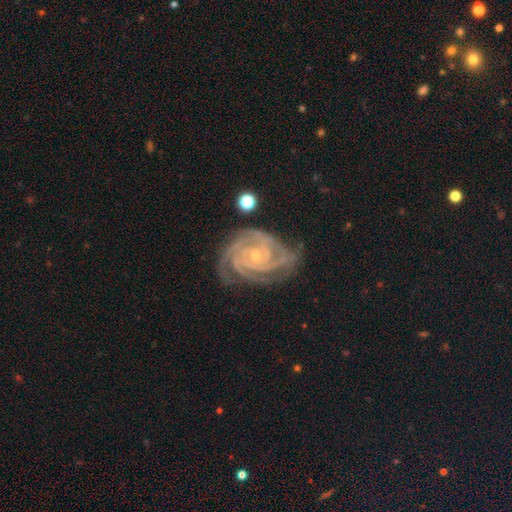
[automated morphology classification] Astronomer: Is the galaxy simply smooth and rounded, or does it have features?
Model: featured or disk — 92%.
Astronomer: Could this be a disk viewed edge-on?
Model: no — 98%.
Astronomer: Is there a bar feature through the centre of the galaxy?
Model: no — 61%.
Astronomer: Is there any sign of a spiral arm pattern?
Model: yes — 99%.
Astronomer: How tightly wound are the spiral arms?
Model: tight — 81%.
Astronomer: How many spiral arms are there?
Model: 3 — 35% (runner-up: 4, 31%).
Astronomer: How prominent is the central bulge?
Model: small — 77%.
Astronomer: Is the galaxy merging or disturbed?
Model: none — 72%.